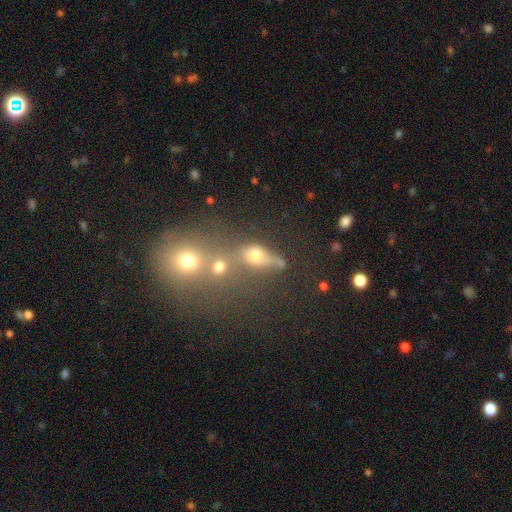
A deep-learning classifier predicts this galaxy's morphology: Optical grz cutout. It shows a smooth galaxy with no disk features (59%) that is in between round and cigar-shaped (47%). Merging: merger (42%).